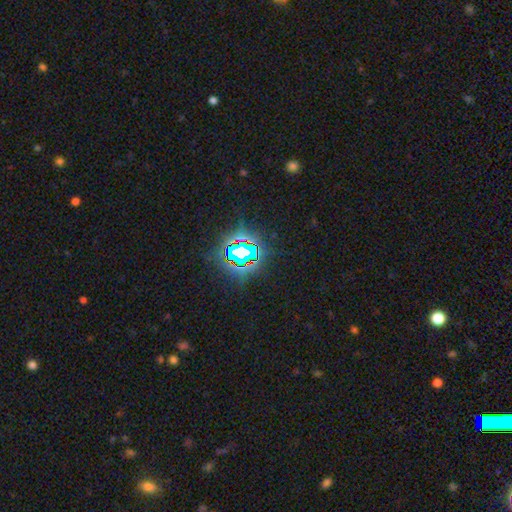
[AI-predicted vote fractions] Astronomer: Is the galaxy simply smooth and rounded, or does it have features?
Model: star or artifact — 80%.